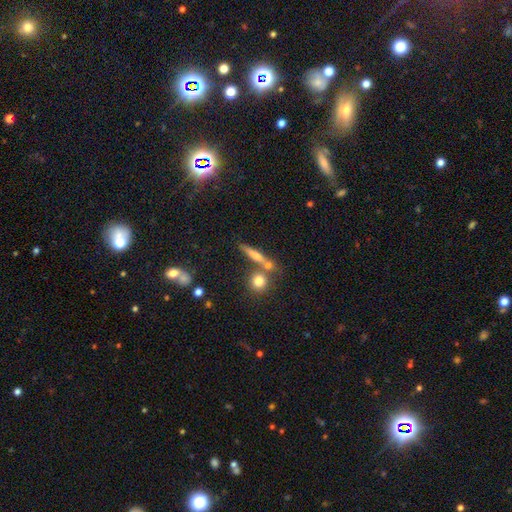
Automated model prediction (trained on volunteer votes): Overall: smooth (47%; featured or disk 37%). Merging: none (66%).